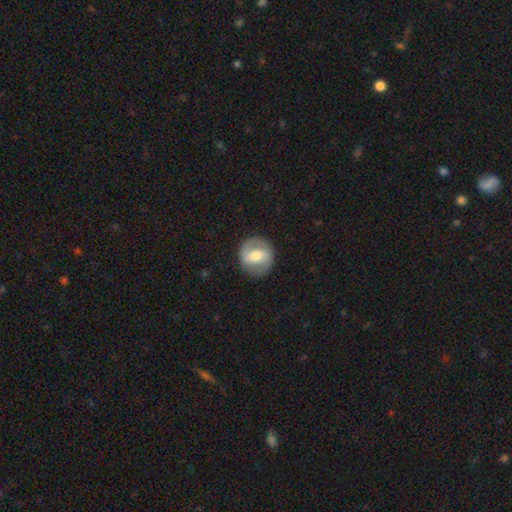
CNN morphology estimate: Overall: featured or disk (62%; smooth 32%). Edge-on disk: no (97%). Bar: weak (42%; strong 34%). Spiral arms: yes (75%). Bulge size: moderate (64%; small 25%). Merging: none (86%).